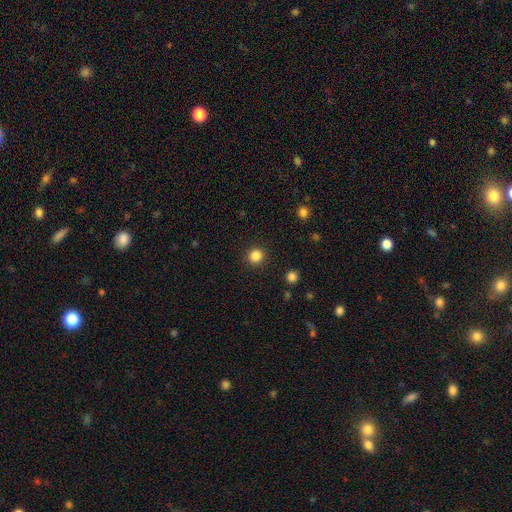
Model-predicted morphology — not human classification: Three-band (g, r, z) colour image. It shows a smooth galaxy with no disk features (84%) that is round (94%). Merging: none (92%).